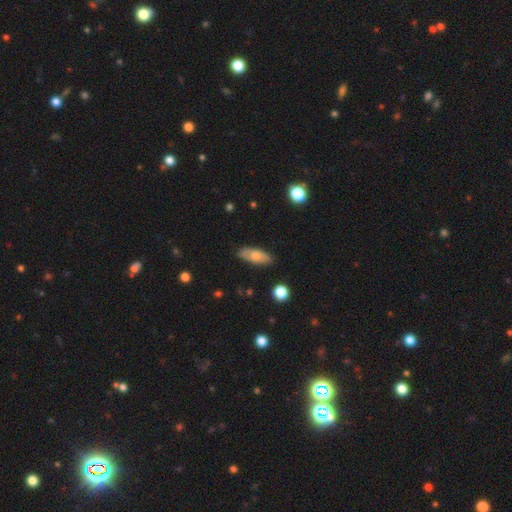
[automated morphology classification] A smooth galaxy with no disk features (70%) that is in between round and cigar-shaped (76%).

Vote fractions:
- Smooth or featured? smooth: 70% / featured or disk: 23% / star or artifact: 7%
- How rounded? in between: 76% / cigar-shaped: 21% / round: 3%
- Merging? none: 83% / minor disturbance: 13% / major disturbance: 2% / merger: 1%